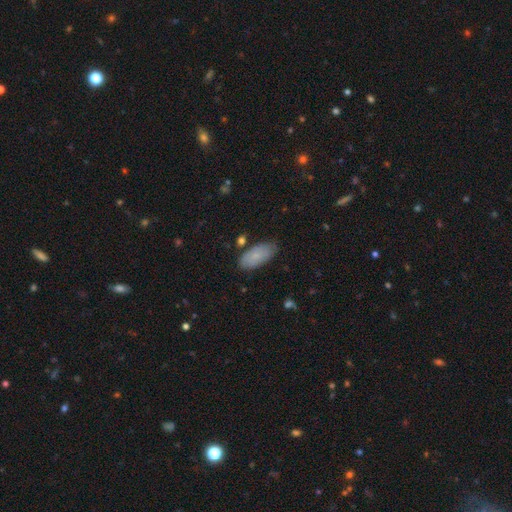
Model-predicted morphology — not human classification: Smooth or featured?
  - smooth: 78% *
  - featured or disk: 15%
  - star or artifact: 6%
How rounded?
  - in between: 90% *
  - cigar-shaped: 8%
  - round: 2%
Merging?
  - none: 77% *
  - minor disturbance: 17%
  - major disturbance: 3%
  - merger: 3%